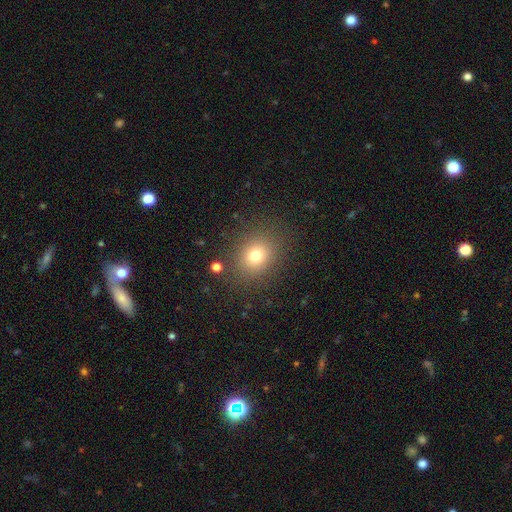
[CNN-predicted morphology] Q: Smooth or featured?
A: smooth (75%); runner-up: star or artifact (16%)
Q: How rounded?
A: round (67%); runner-up: in between (32%)
Q: Merging?
A: none (84%); runner-up: minor disturbance (9%)